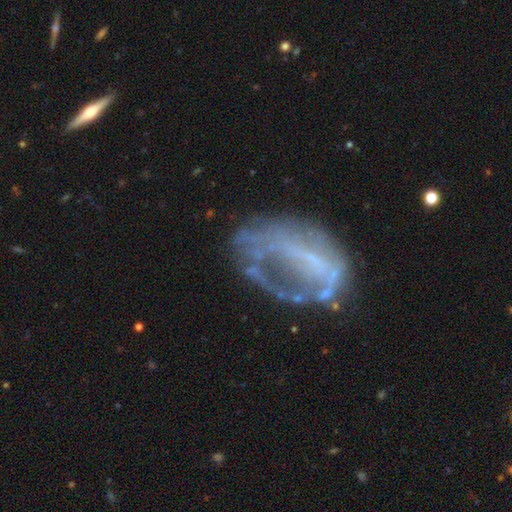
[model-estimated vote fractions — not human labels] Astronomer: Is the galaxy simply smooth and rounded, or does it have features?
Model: featured or disk — 64%.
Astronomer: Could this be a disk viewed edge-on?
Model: no — 96%.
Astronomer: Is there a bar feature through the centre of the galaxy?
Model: no — 56%.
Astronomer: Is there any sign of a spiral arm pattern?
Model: no — 72%.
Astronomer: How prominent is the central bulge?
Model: none — 62%.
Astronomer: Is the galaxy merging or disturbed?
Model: major disturbance — 38% (runner-up: none, 36%).